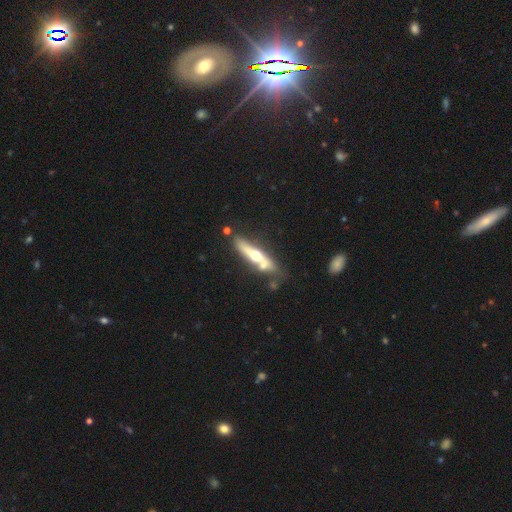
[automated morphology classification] Smooth or featured?
  - featured or disk: 59% *
  - smooth: 36%
  - star or artifact: 5%
Edge-on disk?
  - yes: 81% *
  - no: 19%
Merging?
  - none: 61% *
  - merger: 17%
  - minor disturbance: 16%
  - major disturbance: 6%